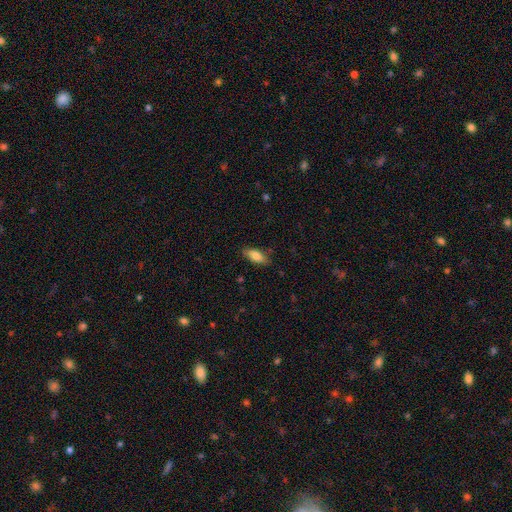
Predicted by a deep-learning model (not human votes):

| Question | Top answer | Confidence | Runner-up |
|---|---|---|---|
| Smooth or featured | smooth | 81% | featured or disk (12%) |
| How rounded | in between | 80% | cigar-shaped (17%) |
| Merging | none | 83% | minor disturbance (14%) |